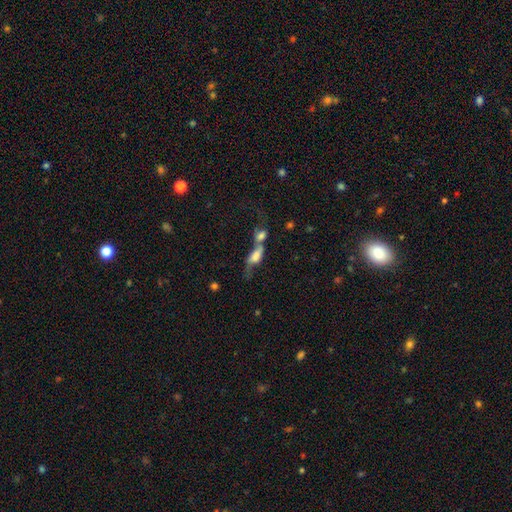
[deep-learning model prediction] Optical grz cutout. It shows a smooth galaxy with no disk features (58%) that is in between round and cigar-shaped (69%). Merging: merger (70%).